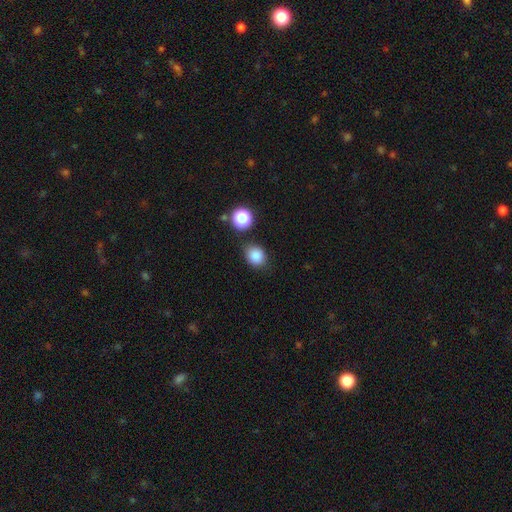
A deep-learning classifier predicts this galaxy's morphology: This appears to be a smooth galaxy with no disk features (85%) that is round (58%). Merging: none (76%).